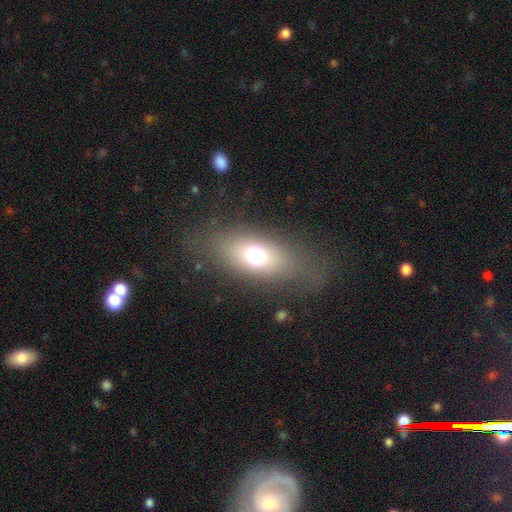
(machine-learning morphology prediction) The model was most divided on "smooth or featured": smooth: 66%, featured or disk: 18%, star or artifact: 16%. More confident: merging — none (73%); how rounded — in between (72%).